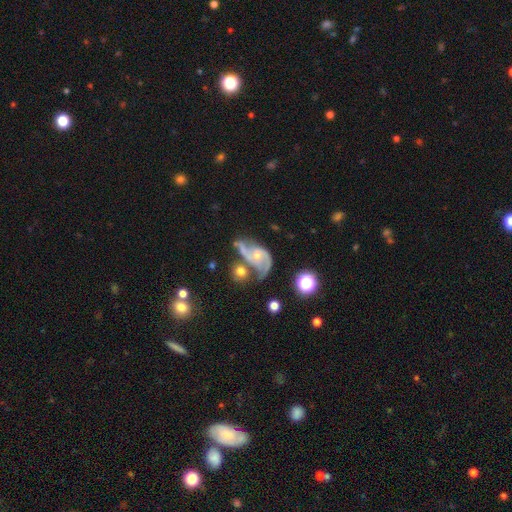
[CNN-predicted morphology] A featured or disk galaxy (84%) with no bar (62%), 2 (83%) medium (45%) spiral arms (95%) and a small central bulge (58%).

Vote fractions:
- Smooth or featured? featured or disk: 84% / smooth: 9% / star or artifact: 7%
- Edge-on disk? no: 97% / yes: 3%
- Bar? no: 62% / weak: 30% / strong: 8%
- Spiral arms? yes: 95% / no: 5%
- Spiral winding? medium: 45% / loose: 40% / tight: 15%
- Spiral arm count? 2: 83% / can't tell: 5% / 3: 5% / 1: 5% / 4: 2% / more than 4: 1%
- Bulge size? small: 58% / moderate: 35% / none: 4% / large: 2% / dominant: 1%
- Merging? none: 35% / merger: 25% / minor disturbance: 21% / major disturbance: 20%